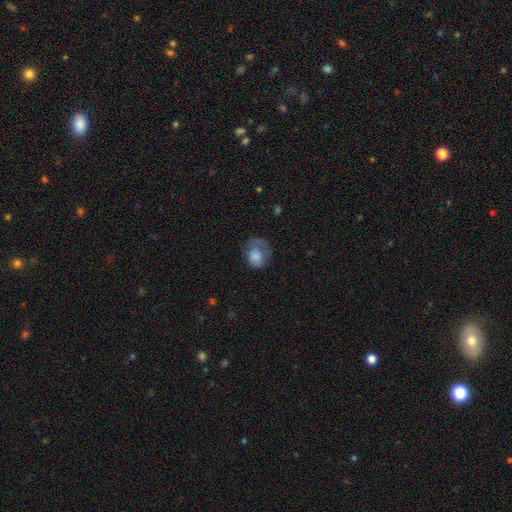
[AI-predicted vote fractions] This appears to be a smooth galaxy with no disk features (69%) that is round (50%). Merging: major disturbance (39%).